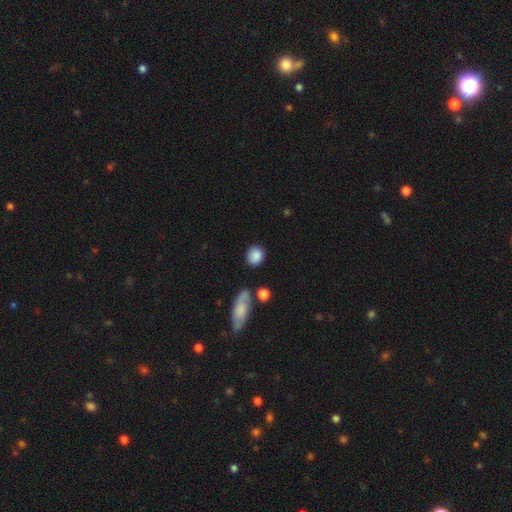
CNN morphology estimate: This is clearly a smooth galaxy (85%). How rounded: likely round (71%). Merging: likely none (77%).